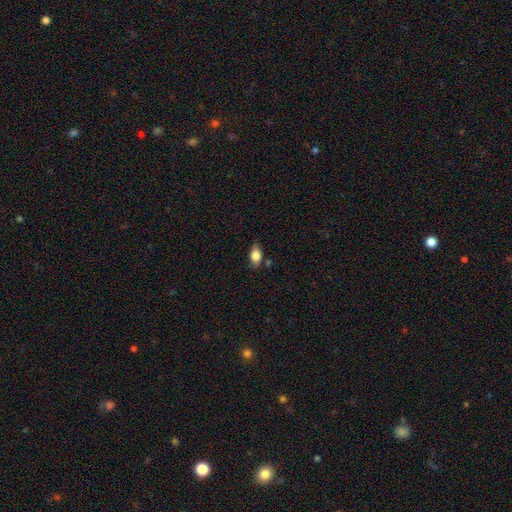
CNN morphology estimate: This appears to be a smooth galaxy with no disk features (78%) that is in between round and cigar-shaped (85%). Merging: none (72%).